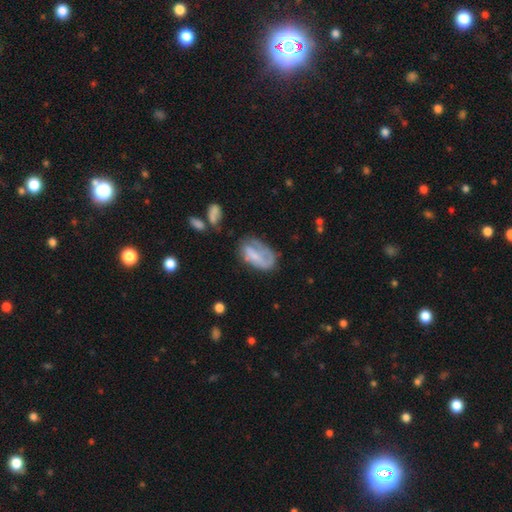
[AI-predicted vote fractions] Smooth or featured? Predicted: featured or disk (p=0.47). Merging? Predicted: none (p=0.40).